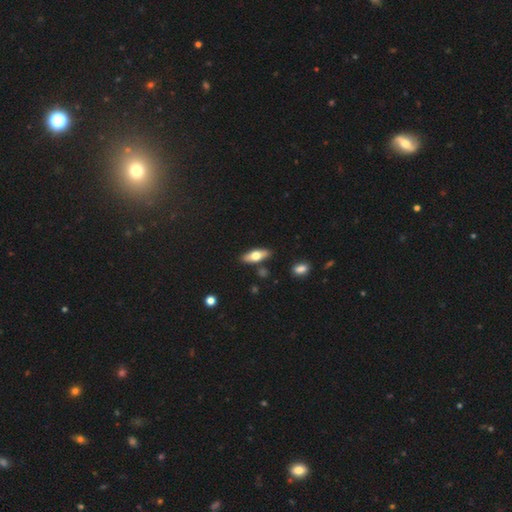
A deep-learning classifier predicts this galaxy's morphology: smooth_or_featured: smooth (p=0.61) [alt: featured or disk p=0.33]
how_rounded: in between (p=0.64) [alt: cigar-shaped p=0.33]
merging: none (p=0.84) [alt: minor disturbance p=0.10]